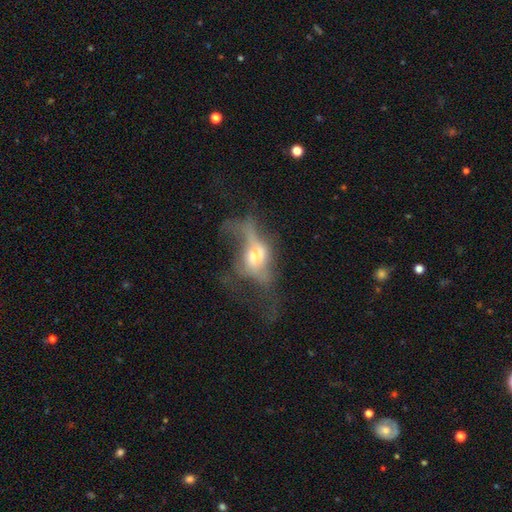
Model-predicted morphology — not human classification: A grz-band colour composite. It shows a featured or disk galaxy (59%). Merging: major disturbance (56%).